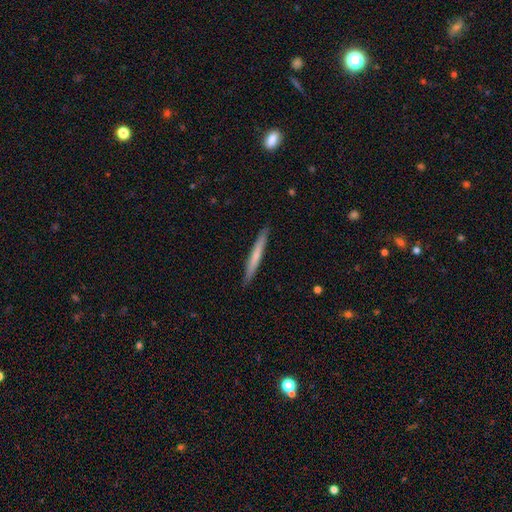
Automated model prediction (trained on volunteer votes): This is likely a smooth galaxy (63%). How rounded: clearly cigar-shaped (97%). Merging: clearly none (91%).